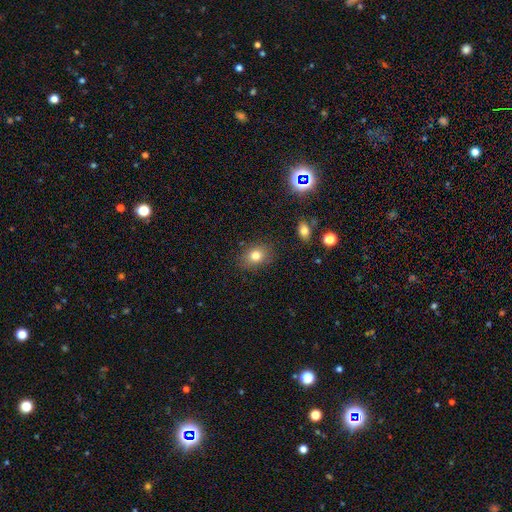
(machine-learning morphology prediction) This appears to be a smooth galaxy with no disk features (79%) that is in between round and cigar-shaped (61%). Merging: none (83%).